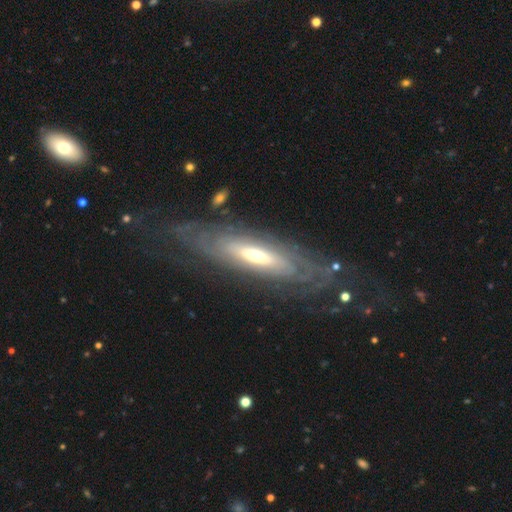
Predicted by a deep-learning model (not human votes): This appears to be a featured or disk galaxy (81%) with no bar (53%), spiral arms (78%) and a moderate central bulge (56%). Merging: none (70%).